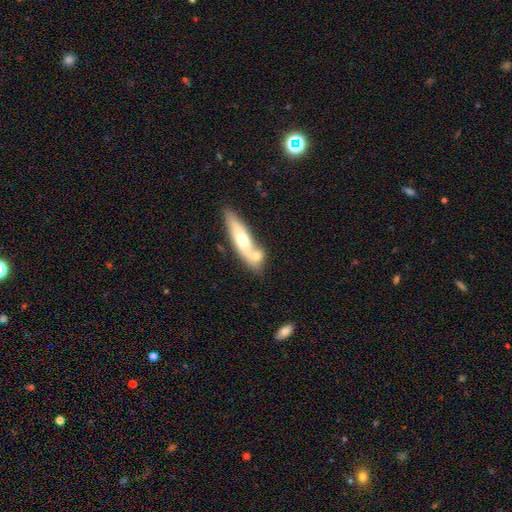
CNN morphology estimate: type=smooth (59%); roundness=cigar-shaped (49%); merging=merger (44%).